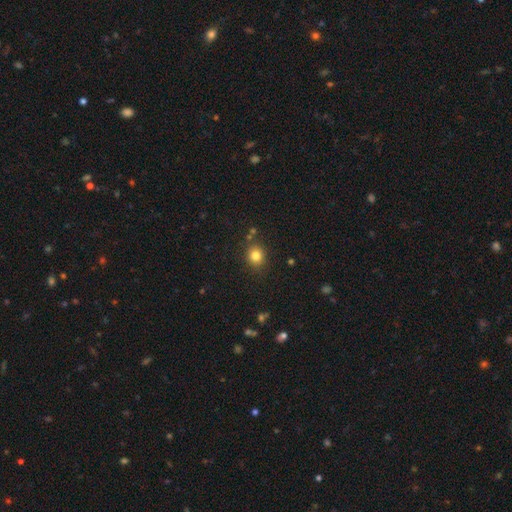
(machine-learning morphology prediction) A smooth galaxy with no disk features (81%) that is round (77%).

Vote fractions:
- Smooth or featured? smooth: 81% / star or artifact: 13% / featured or disk: 6%
- How rounded? round: 77% / in between: 22% / cigar-shaped: 1%
- Merging? none: 83% / minor disturbance: 10% / merger: 4% / major disturbance: 3%